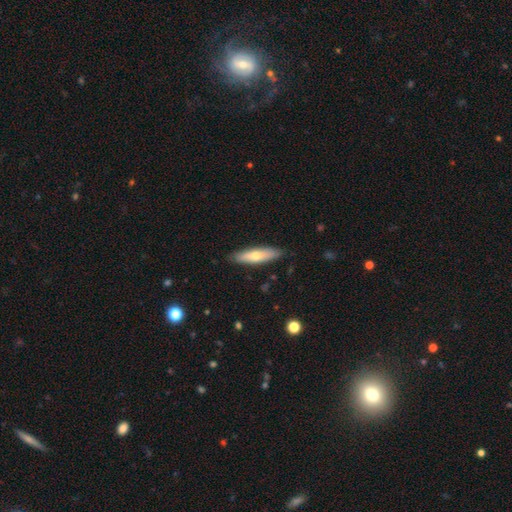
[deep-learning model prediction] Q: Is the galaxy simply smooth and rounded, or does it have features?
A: smooth — 62%.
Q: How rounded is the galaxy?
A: cigar-shaped — 65%.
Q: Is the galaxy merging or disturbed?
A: none — 86%.